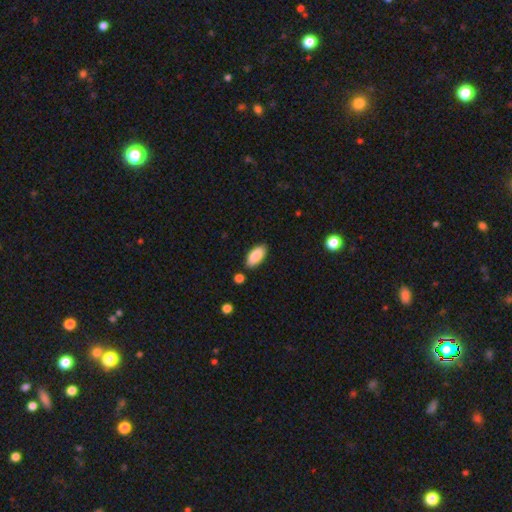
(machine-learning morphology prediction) Smooth or featured: smooth — 88% (star or artifact — 6%)
How rounded: in between — 91% (cigar-shaped — 7%)
Merging: none — 85% (minor disturbance — 10%)